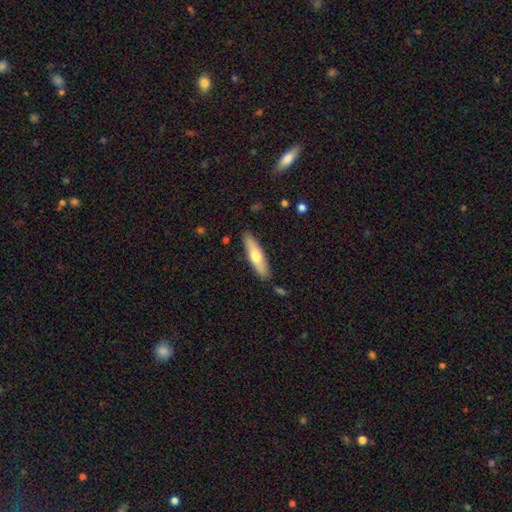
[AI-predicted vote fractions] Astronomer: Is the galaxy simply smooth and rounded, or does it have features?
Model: smooth — 59% (runner-up: featured or disk, 36%).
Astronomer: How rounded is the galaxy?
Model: cigar-shaped — 70%.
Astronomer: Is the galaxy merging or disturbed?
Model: none — 87%.